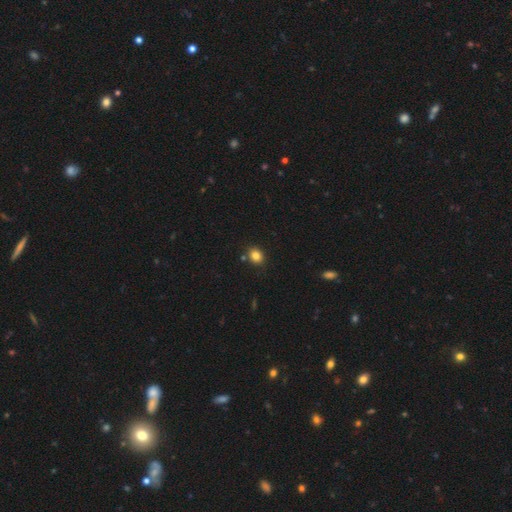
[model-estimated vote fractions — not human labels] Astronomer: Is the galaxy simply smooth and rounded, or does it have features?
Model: smooth — 83%.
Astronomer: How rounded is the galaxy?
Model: round — 57% (runner-up: in between, 42%).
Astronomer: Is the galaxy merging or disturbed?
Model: none — 80%.